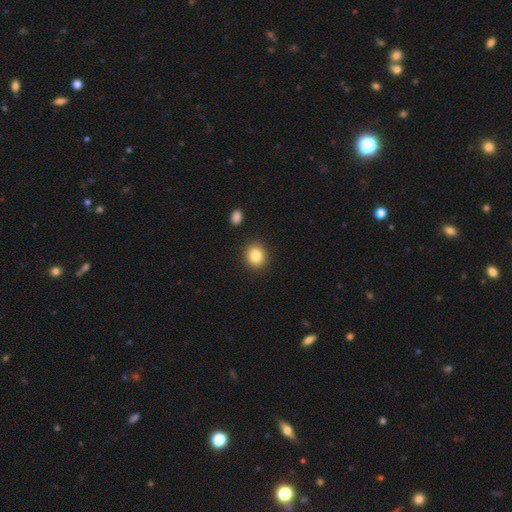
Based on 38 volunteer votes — Smooth or featured? smooth (84%)
How rounded? round (69%)
Merging? none (94%)